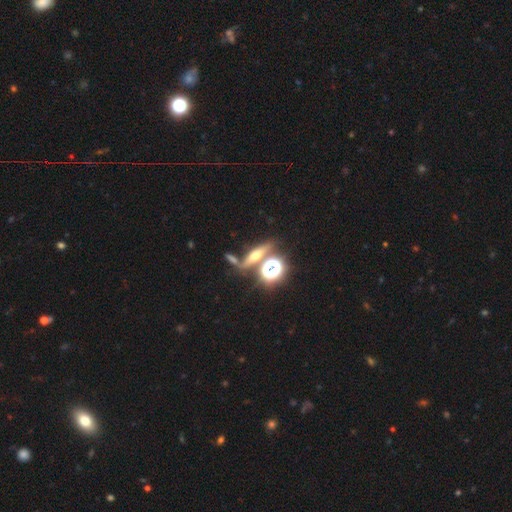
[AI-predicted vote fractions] The model was most divided on "smooth or featured": featured or disk: 45%, smooth: 33%, star or artifact: 22%. More confident: merging — none (68%).